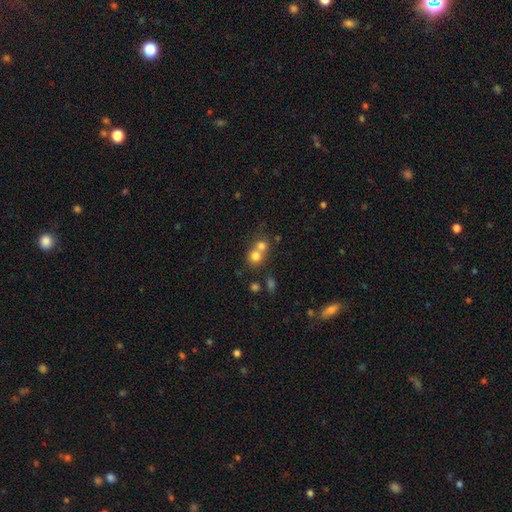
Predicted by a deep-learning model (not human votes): Morphology: type=smooth (74%); roundness=round (82%); merging=merger (58%).